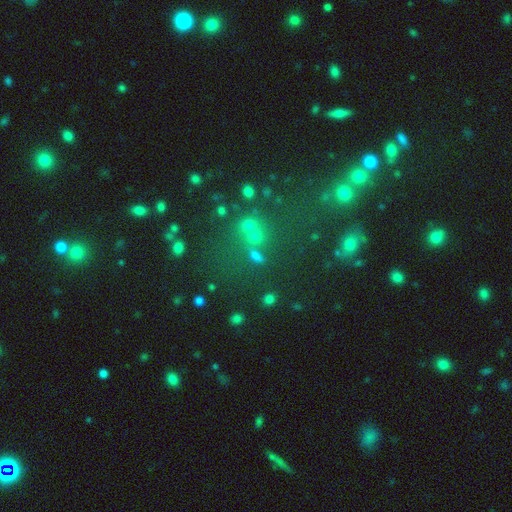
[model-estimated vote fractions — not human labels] Q: Smooth or featured?
A: smooth (61%); runner-up: star or artifact (27%)
Q: How rounded?
A: in between (55%); runner-up: round (38%)
Q: Merging?
A: none (58%); runner-up: merger (23%)